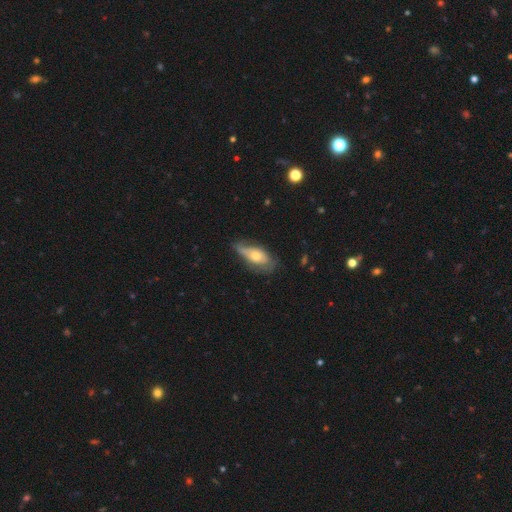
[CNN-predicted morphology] The model was most divided on "smooth or featured": smooth: 48%, featured or disk: 45%, star or artifact: 7%. Remaining: merging — none (49%).